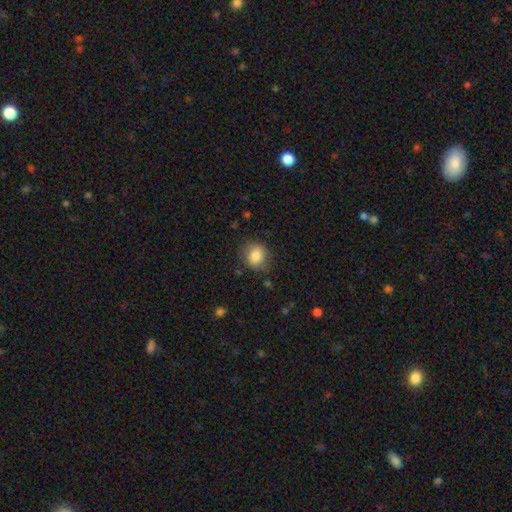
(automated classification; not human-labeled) A smooth galaxy with no disk features (83%) that is round (70%).

Vote fractions:
- Smooth or featured? smooth: 83% / star or artifact: 9% / featured or disk: 7%
- How rounded? round: 70% / in between: 29% / cigar-shaped: 1%
- Merging? none: 79% / minor disturbance: 15% / major disturbance: 4% / merger: 2%